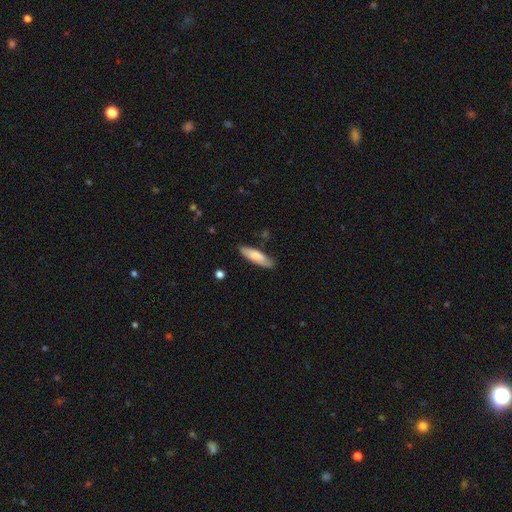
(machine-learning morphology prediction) smooth_or_featured: smooth (p=0.75) [alt: featured or disk p=0.20]
how_rounded: cigar-shaped (p=0.58) [alt: in between p=0.40]
merging: none (p=0.82) [alt: minor disturbance p=0.14]